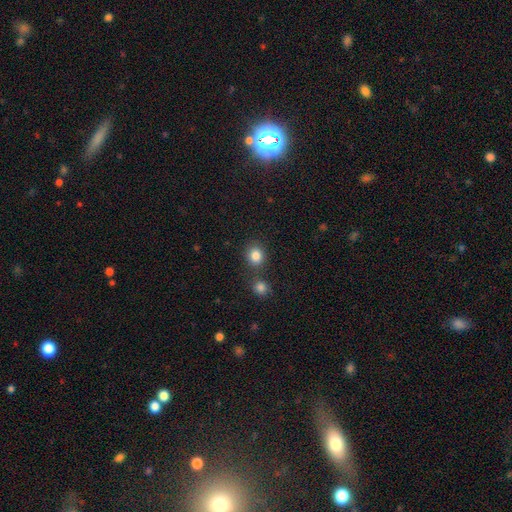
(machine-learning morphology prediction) A smooth galaxy with no disk features (83%) that is round (76%).

Vote fractions:
- Smooth or featured? smooth: 83% / star or artifact: 11% / featured or disk: 5%
- How rounded? round: 76% / in between: 23% / cigar-shaped: 1%
- Merging? none: 73% / merger: 16% / minor disturbance: 9% / major disturbance: 3%